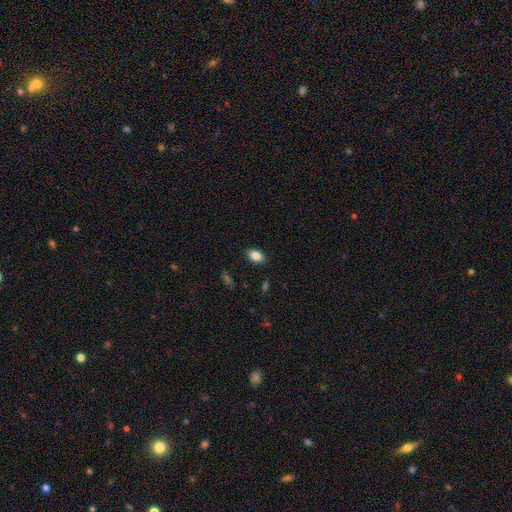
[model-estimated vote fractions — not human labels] Smooth or featured? smooth (85%)
How rounded? in between (85%)
Merging? none (87%)